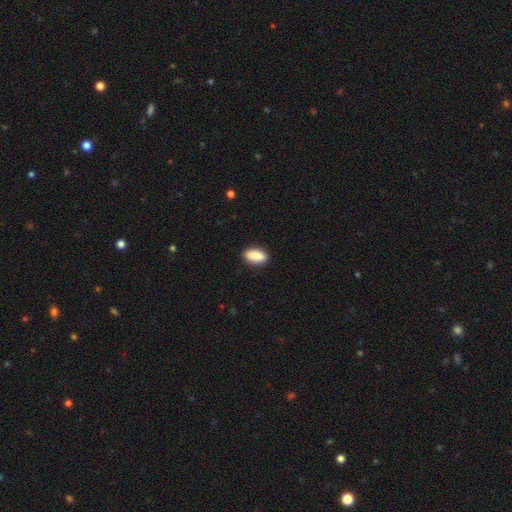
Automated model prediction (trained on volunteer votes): A smooth galaxy with no disk features (89%) that is in between round and cigar-shaped (89%). Merging: none (89%).